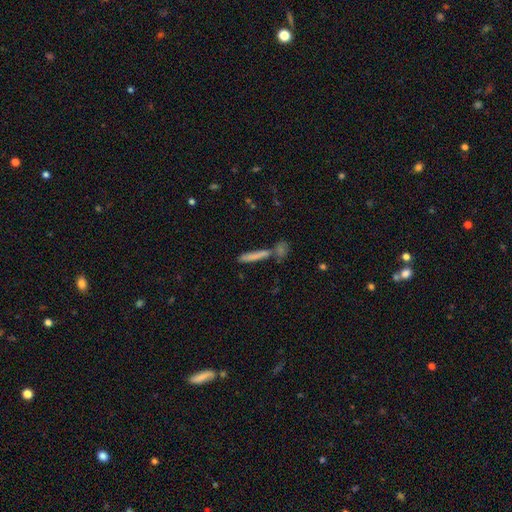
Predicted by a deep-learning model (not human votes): smooth 74%, featured or disk 17%, star or artifact 9%. Down the decision tree: how rounded — cigar-shaped (89%); merging — none (64%).